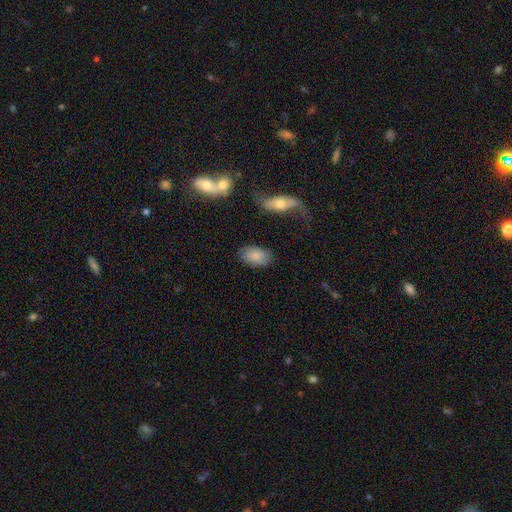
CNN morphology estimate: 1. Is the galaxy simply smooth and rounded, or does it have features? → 84% smooth, 10% featured or disk, 7% star or artifact.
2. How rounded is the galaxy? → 91% in between, 7% round, 2% cigar-shaped.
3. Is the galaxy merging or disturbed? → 79% none, 13% minor disturbance, 4% major disturbance, 3% merger.